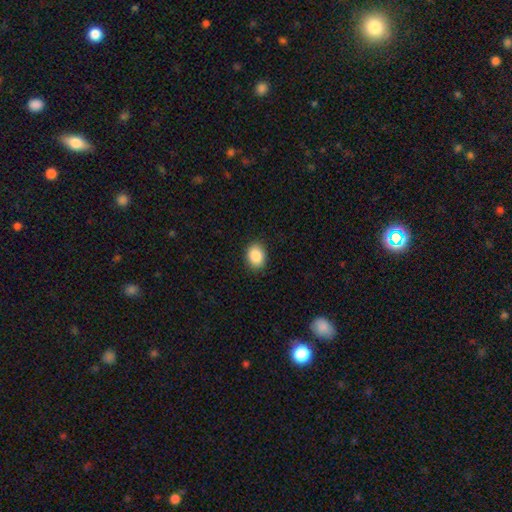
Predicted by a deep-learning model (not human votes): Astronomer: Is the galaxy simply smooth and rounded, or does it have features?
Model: smooth — 88%.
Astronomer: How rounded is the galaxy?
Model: in between — 63%.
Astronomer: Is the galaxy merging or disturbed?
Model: none — 89%.